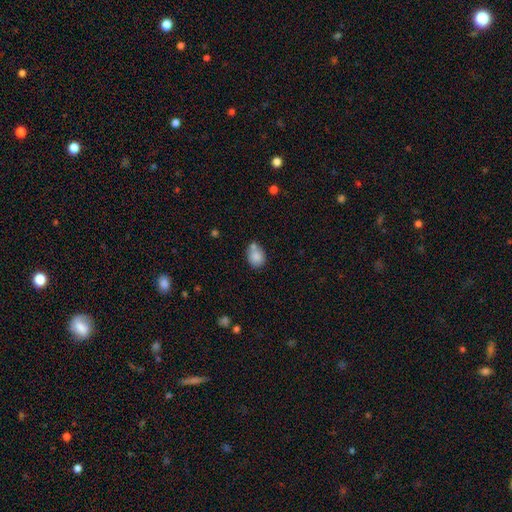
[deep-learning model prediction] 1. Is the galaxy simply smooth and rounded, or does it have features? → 84% smooth, 9% star or artifact, 8% featured or disk.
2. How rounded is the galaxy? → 53% round, 46% in between, 1% cigar-shaped.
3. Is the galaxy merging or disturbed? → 53% none, 27% merger, 16% minor disturbance, 4% major disturbance.